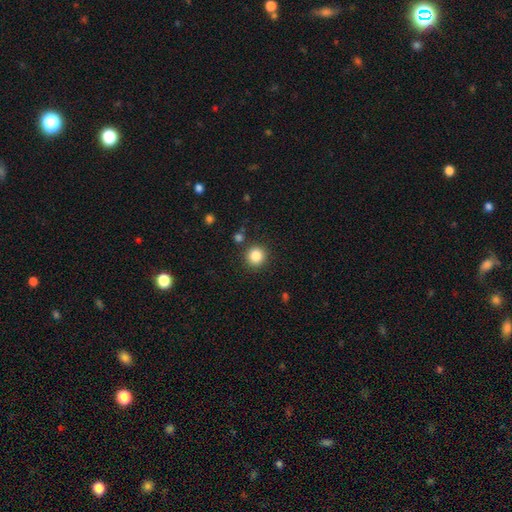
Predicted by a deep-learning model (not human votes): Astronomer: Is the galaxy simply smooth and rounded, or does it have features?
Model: smooth — 85%.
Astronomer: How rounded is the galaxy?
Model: round — 93%.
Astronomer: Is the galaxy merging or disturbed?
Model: none — 88%.